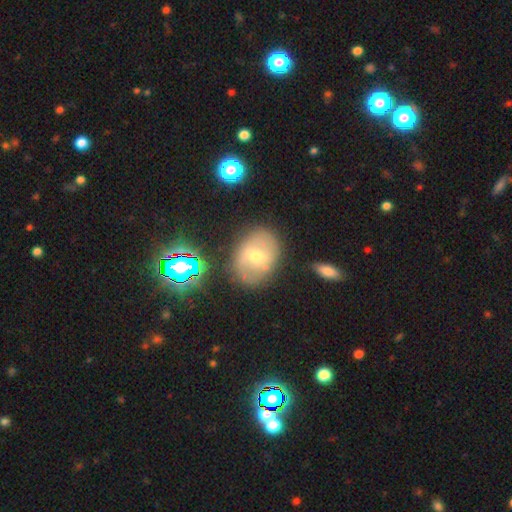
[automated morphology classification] A featured or disk galaxy (53%).

Vote fractions:
- Smooth or featured? featured or disk: 53% / smooth: 36% / star or artifact: 12%
- Edge-on disk? no: 95% / yes: 5%
- Merging? none: 76% / minor disturbance: 16% / major disturbance: 5% / merger: 3%